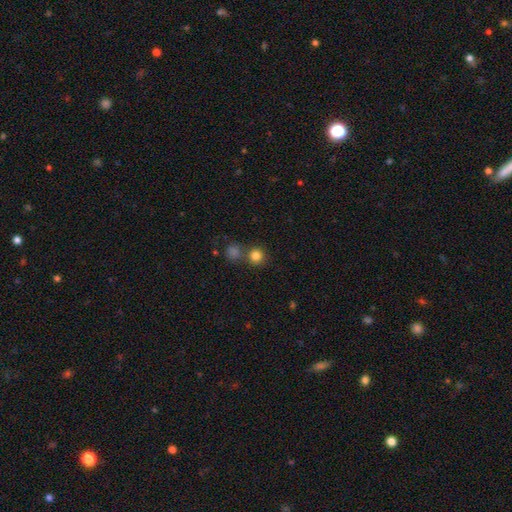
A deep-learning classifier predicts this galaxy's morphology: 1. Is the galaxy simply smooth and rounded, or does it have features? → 82% smooth, 13% star or artifact, 5% featured or disk.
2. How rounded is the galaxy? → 92% round, 7% in between, 1% cigar-shaped.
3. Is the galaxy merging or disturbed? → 69% none, 21% merger, 7% minor disturbance, 3% major disturbance.